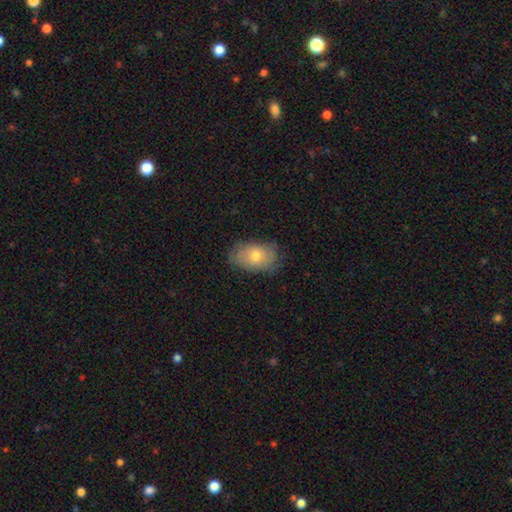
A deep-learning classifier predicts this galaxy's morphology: smooth-or-featured: smooth: 68% | featured or disk: 24% | star or artifact: 8%
  how-rounded: in between: 86% | round: 12% | cigar-shaped: 1%
  merging: none: 73% | minor disturbance: 21% | major disturbance: 5% | merger: 1%